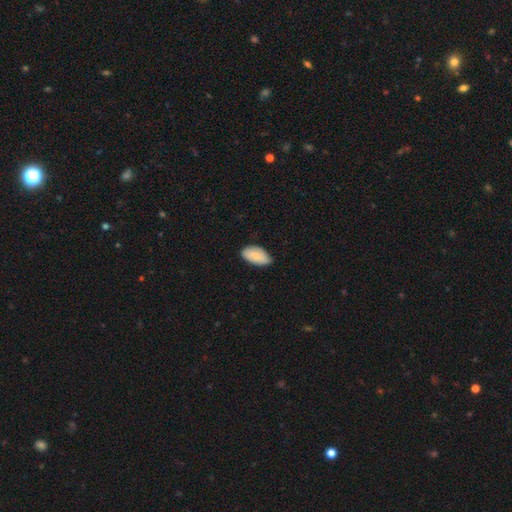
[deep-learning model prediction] A smooth galaxy with no disk features (82%) that is in between round and cigar-shaped (95%). Merging: none (72%).